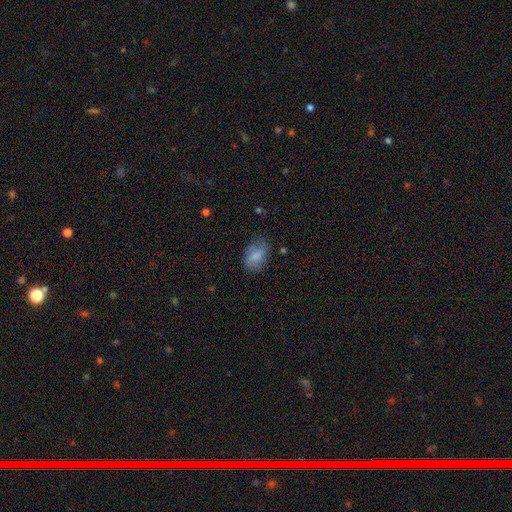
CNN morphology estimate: The model was most divided on "merging": none: 65%, minor disturbance: 24%, major disturbance: 8%, merger: 2%. More confident: how rounded — in between (88%); smooth or featured — smooth (77%).